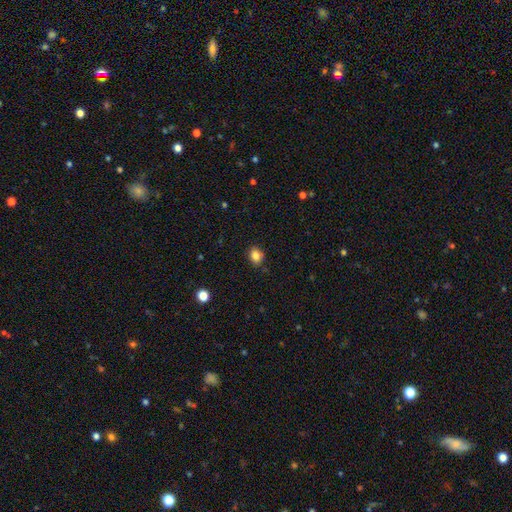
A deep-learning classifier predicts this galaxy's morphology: Smooth or featured? smooth (84%)
How rounded? round (50%)
Merging? none (84%)